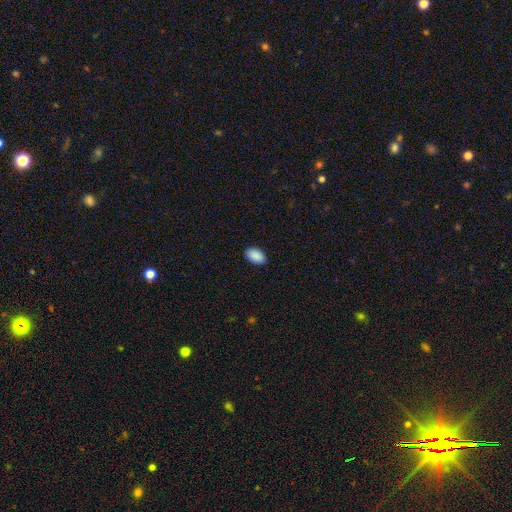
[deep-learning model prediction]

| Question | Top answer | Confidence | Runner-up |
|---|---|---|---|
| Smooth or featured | smooth | 91% | star or artifact (7%) |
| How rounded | in between | 93% | round (6%) |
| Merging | none | 89% | minor disturbance (8%) |